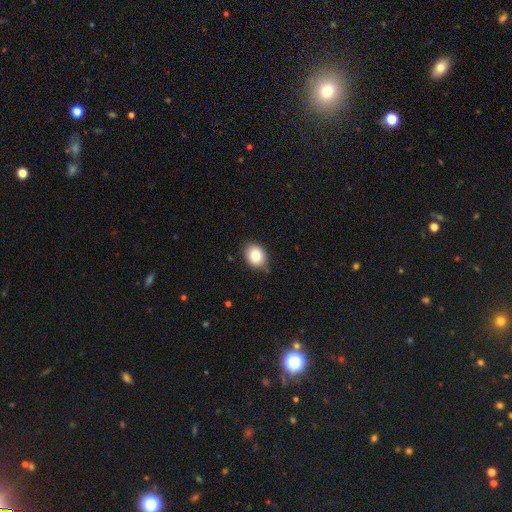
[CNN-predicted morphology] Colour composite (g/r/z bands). It shows a smooth galaxy with no disk features (82%) that is in between round and cigar-shaped (57%). Merging: none (81%).